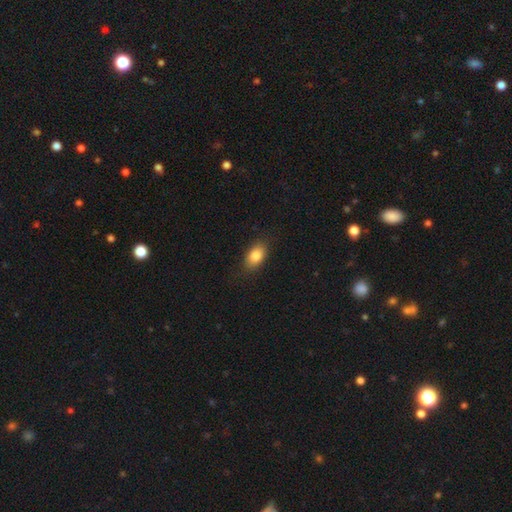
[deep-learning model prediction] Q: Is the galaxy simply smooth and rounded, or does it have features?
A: smooth — 84%.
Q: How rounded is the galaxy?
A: in between — 87%.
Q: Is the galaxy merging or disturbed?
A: none — 84%.